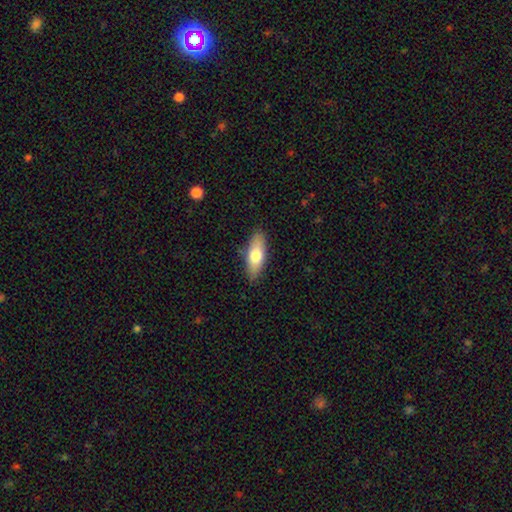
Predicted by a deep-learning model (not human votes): Smooth or featured? Predicted: smooth (p=0.70). How rounded? Predicted: in between (p=0.68). Merging? Predicted: none (p=0.86).